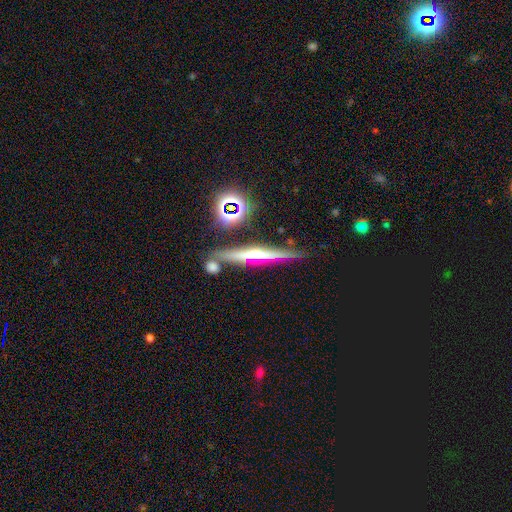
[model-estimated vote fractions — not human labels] smooth_or_featured: featured or disk (p=0.68) [alt: smooth p=0.18]
disk_edge_on: yes (p=0.96) [alt: no p=0.04]
edge_on_bulge: rounded (p=0.87) [alt: none p=0.08]
merging: none (p=0.82) [alt: minor disturbance p=0.10]